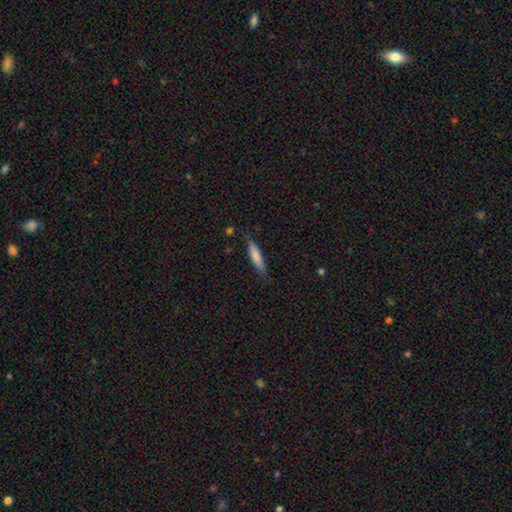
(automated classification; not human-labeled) Overall: smooth (72%). How rounded: cigar-shaped (86%). Merging: none (79%).